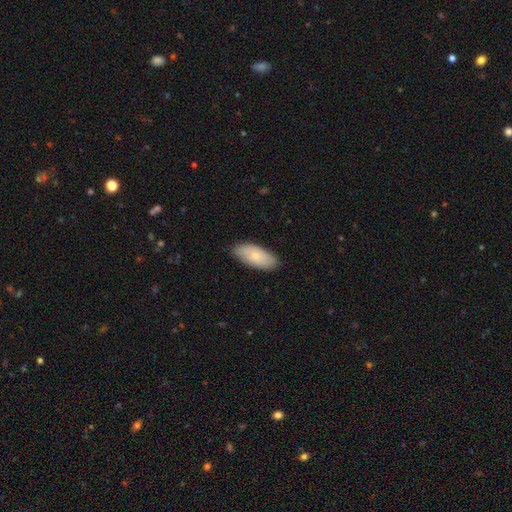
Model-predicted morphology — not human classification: The model was most divided on "smooth or featured": smooth: 74%, featured or disk: 20%, star or artifact: 6%. More confident: how rounded — in between (89%); merging — none (82%).